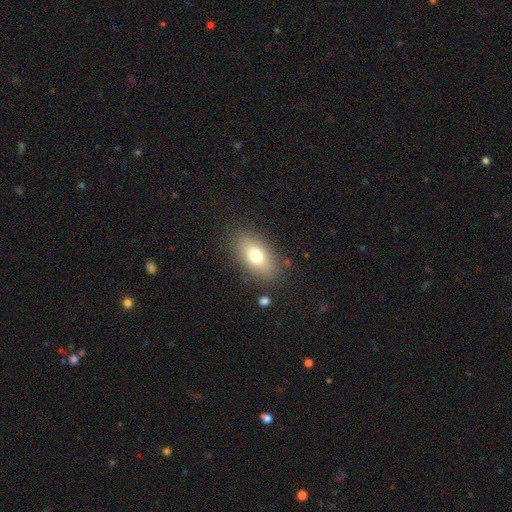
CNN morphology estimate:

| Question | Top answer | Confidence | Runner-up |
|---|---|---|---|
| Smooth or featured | smooth | 74% | featured or disk (16%) |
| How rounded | in between | 88% | round (8%) |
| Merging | none | 84% | minor disturbance (11%) |